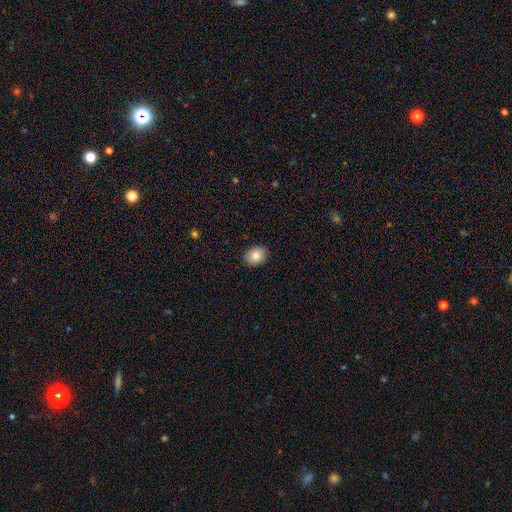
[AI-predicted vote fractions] Overall: smooth (85%). How rounded: round (51%; in between 49%). Merging: none (90%).